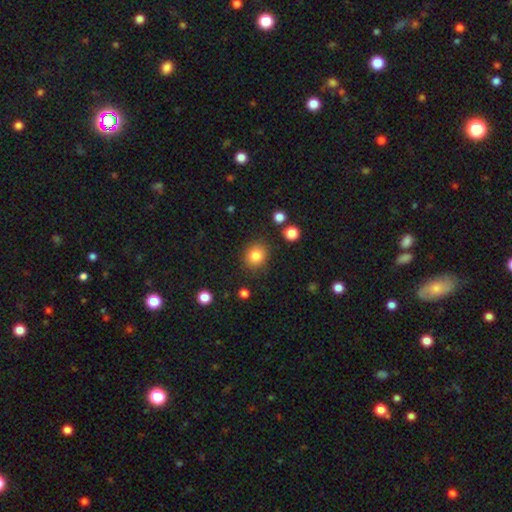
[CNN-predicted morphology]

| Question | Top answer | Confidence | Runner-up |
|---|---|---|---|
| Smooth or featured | smooth | 83% | star or artifact (11%) |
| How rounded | round | 74% | in between (25%) |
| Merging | none | 85% | minor disturbance (9%) |